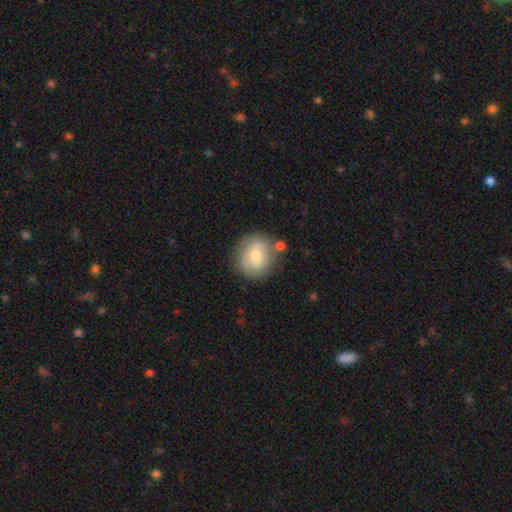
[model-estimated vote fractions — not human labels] The model was most divided on "smooth or featured": smooth: 69%, featured or disk: 23%, star or artifact: 7%. More confident: how rounded — round (83%); merging — none (74%).